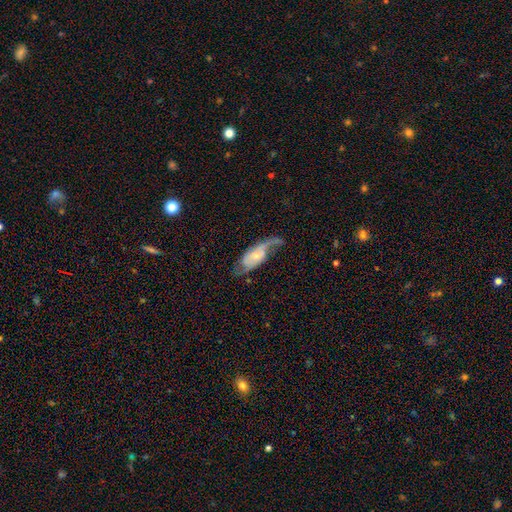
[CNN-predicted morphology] A featured or disk galaxy (76%) with no bar (56%), 2 (76%) loose (53%) spiral arms (92%) and a small central bulge (61%). Merging: none (52%).